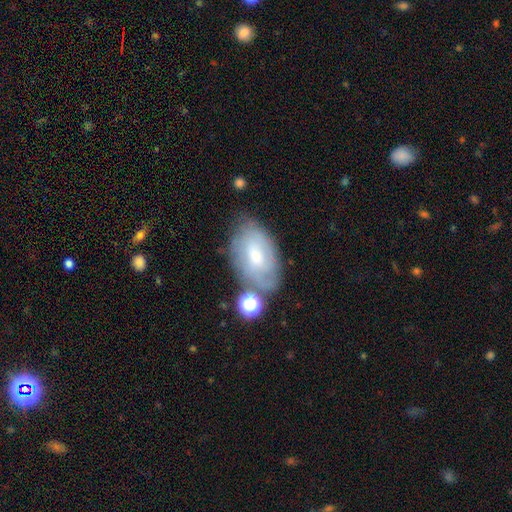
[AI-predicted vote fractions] This is possibly a featured or disk galaxy (50%). Merging: possibly none (57%).